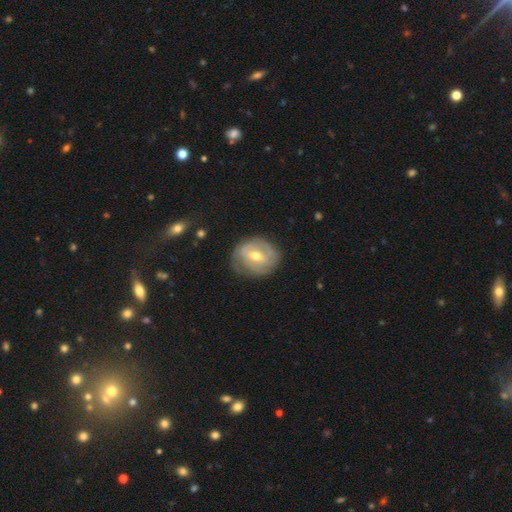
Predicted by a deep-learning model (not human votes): The model was most divided on "bar": weak: 50%, no: 29%, strong: 21%. More confident: edge-on disk — no (96%); spiral arms — yes (76%); merging — none (70%); bulge size — moderate (68%); smooth or featured — featured or disk (66%).